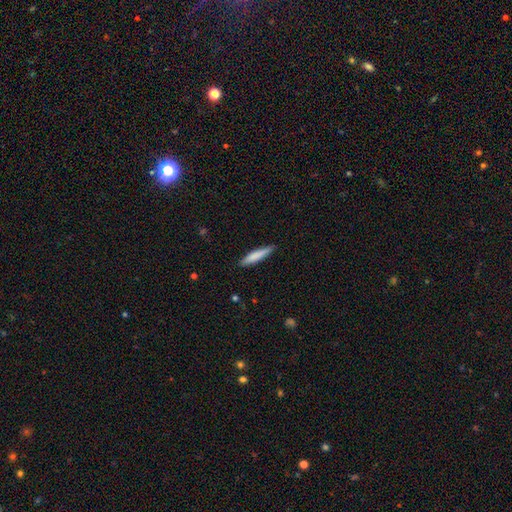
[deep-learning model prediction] This is likely a smooth galaxy (80%). How rounded: clearly cigar-shaped (89%). Merging: clearly none (86%).